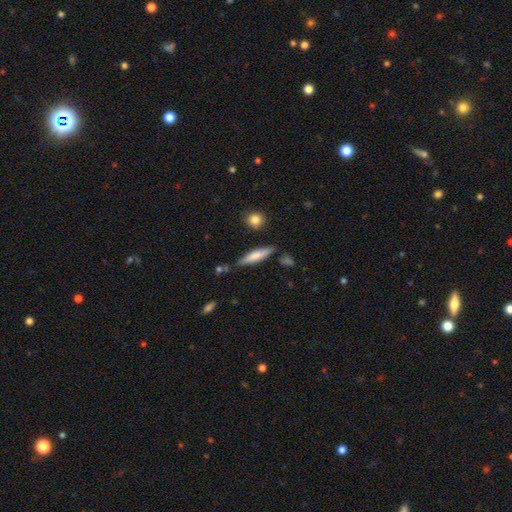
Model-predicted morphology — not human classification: This appears to be a smooth galaxy with no disk features (72%) that is cigar-shaped (77%). Merging: none (75%).